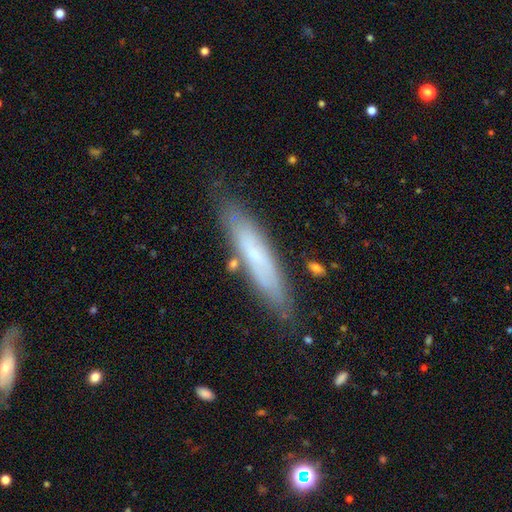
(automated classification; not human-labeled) The model was most divided on "smooth or featured": smooth: 52%, featured or disk: 41%, star or artifact: 8%. More confident: how rounded — cigar-shaped (84%); merging — none (81%).